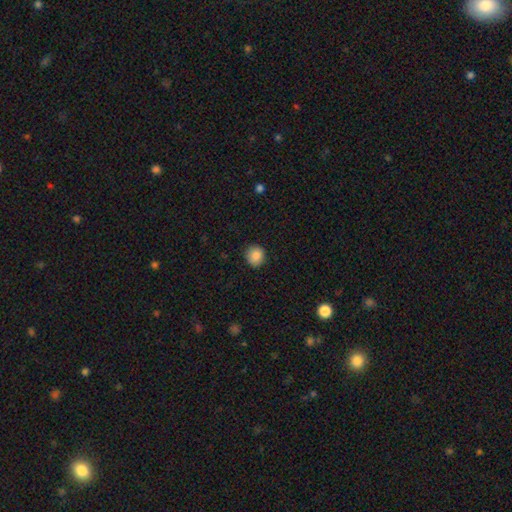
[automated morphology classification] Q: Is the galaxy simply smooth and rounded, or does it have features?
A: smooth — 87%.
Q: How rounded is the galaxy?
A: round — 90%.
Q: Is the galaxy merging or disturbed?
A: none — 91%.